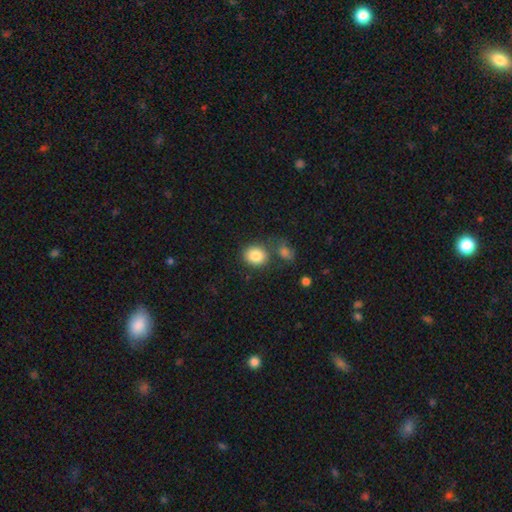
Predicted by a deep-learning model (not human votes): smooth 85%, star or artifact 9%, featured or disk 7%. Down the decision tree: how rounded — round (73%); merging — none (70%).